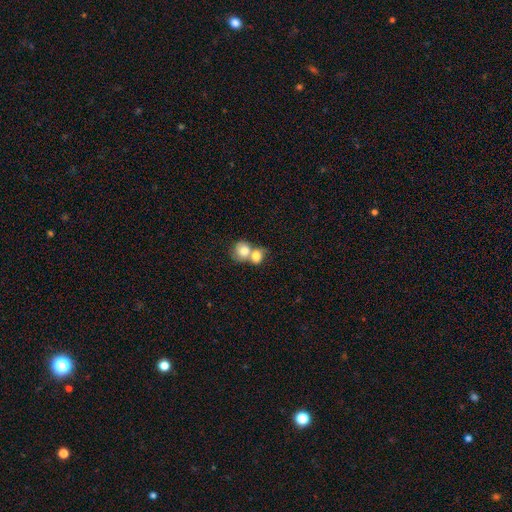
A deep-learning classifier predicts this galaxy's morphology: Q: Smooth or featured?
A: smooth (77%); runner-up: featured or disk (16%)
Q: How rounded?
A: round (62%); runner-up: in between (37%)
Q: Merging?
A: merger (74%); runner-up: none (17%)